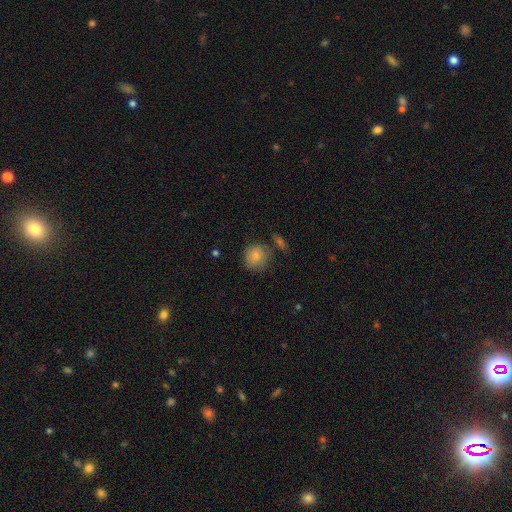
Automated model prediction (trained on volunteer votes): Morphology: type=smooth (82%); roundness=round (89%); merging=none (73%).